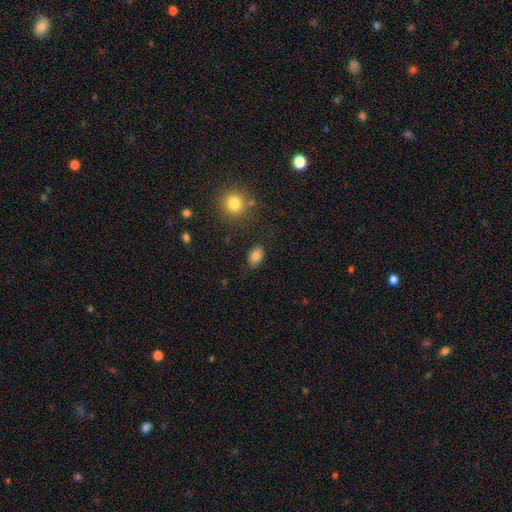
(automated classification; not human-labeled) This is clearly a smooth galaxy (83%). How rounded: likely in between (77%). Merging: likely none (80%).